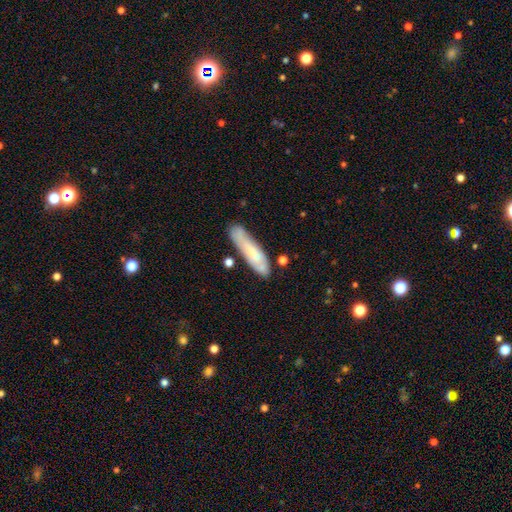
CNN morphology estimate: Q: Smooth or featured?
A: smooth (58%); runner-up: featured or disk (36%)
Q: How rounded?
A: cigar-shaped (68%); runner-up: in between (31%)
Q: Merging?
A: none (62%); runner-up: minor disturbance (23%)